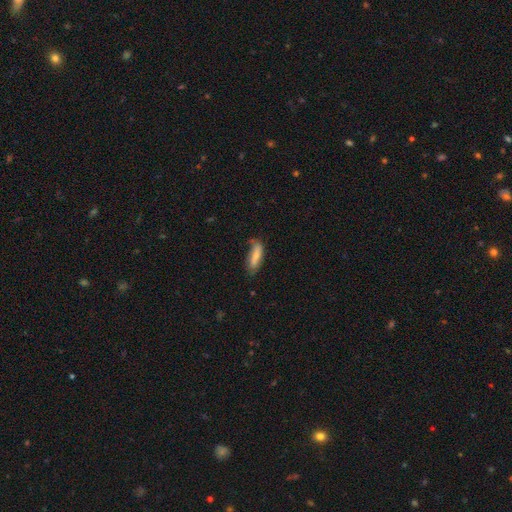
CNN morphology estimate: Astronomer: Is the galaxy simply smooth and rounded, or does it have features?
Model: smooth — 77%.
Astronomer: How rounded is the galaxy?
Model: cigar-shaped — 52% (runner-up: in between, 46%).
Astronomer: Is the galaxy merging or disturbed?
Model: none — 51% (runner-up: minor disturbance, 33%).